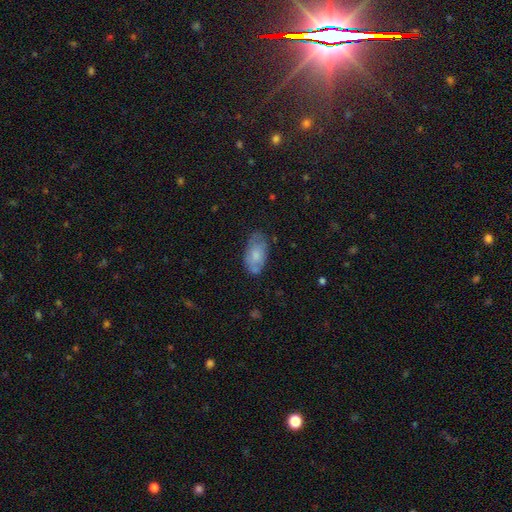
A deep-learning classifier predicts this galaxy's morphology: Q: Smooth or featured?
A: smooth (67%); runner-up: featured or disk (26%)
Q: How rounded?
A: in between (93%); runner-up: round (4%)
Q: Merging?
A: none (62%); runner-up: minor disturbance (27%)